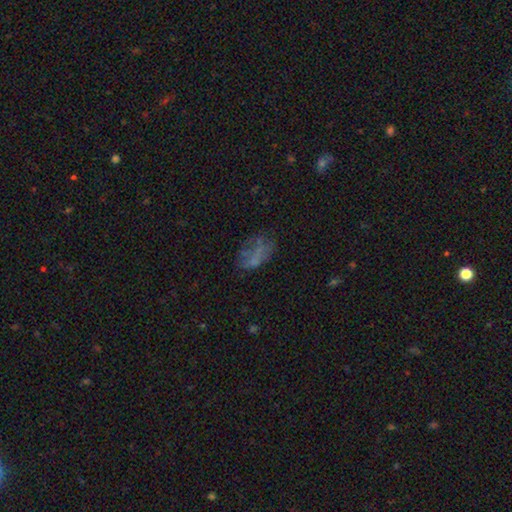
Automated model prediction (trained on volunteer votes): smooth-or-featured: smooth: 46% | featured or disk: 33% | star or artifact: 21%
  merging: none: 48% | major disturbance: 25% | minor disturbance: 21% | merger: 5%